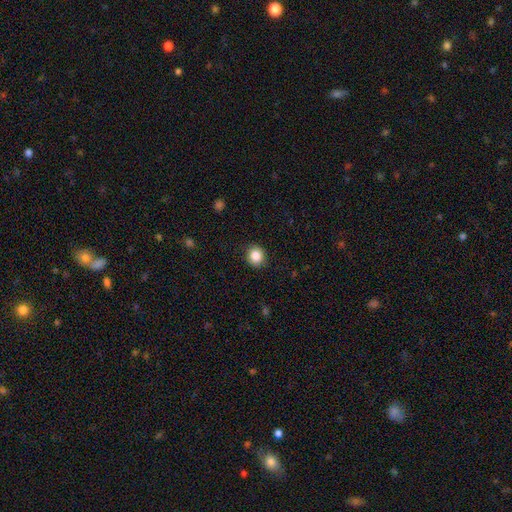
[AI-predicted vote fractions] This is clearly a smooth galaxy (86%). How rounded: clearly round (82%). Merging: clearly none (90%).